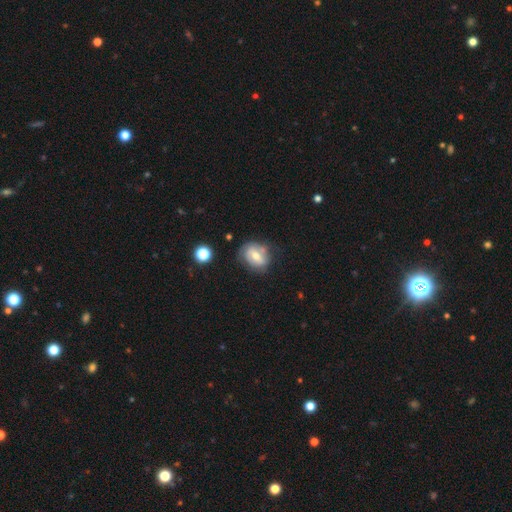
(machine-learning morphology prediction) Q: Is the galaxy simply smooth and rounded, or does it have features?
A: smooth — 50%.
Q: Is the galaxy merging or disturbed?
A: none — 61%.